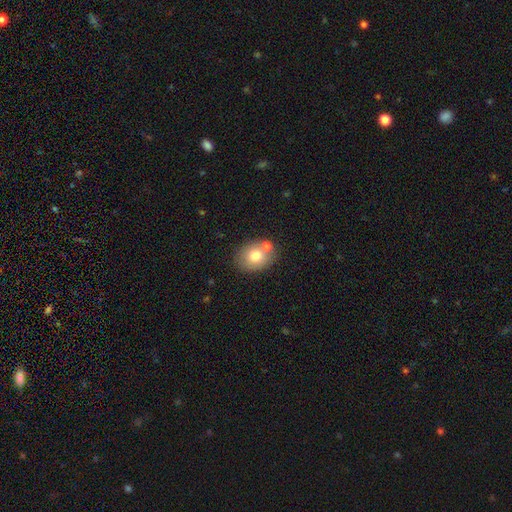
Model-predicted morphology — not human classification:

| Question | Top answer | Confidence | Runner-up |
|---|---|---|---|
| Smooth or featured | smooth | 74% | featured or disk (16%) |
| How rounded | in between | 56% | round (43%) |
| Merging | none | 63% | merger (21%) |